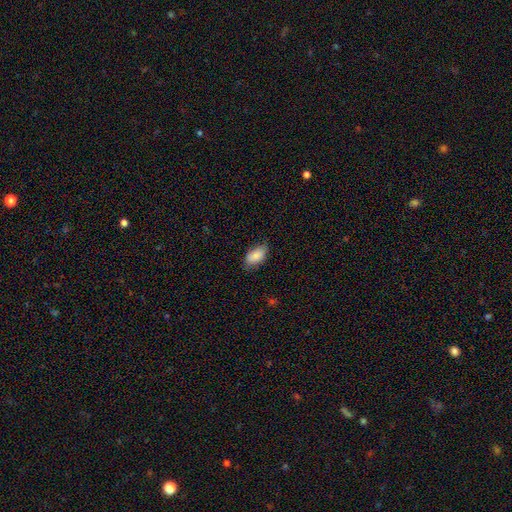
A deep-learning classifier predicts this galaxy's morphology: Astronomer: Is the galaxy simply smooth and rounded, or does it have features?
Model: smooth — 83%.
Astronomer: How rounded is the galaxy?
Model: in between — 93%.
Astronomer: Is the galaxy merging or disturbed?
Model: none — 71%.